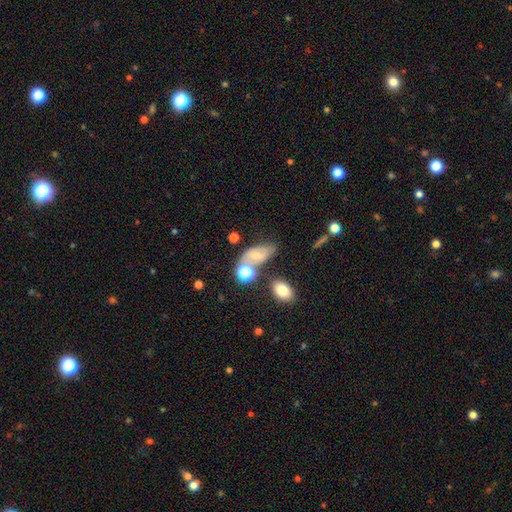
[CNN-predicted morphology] The model was most divided on "merging": none: 44%, minor disturbance: 23%, merger: 21%, major disturbance: 12%. More confident: how rounded — in between (83%); smooth or featured — smooth (55%).